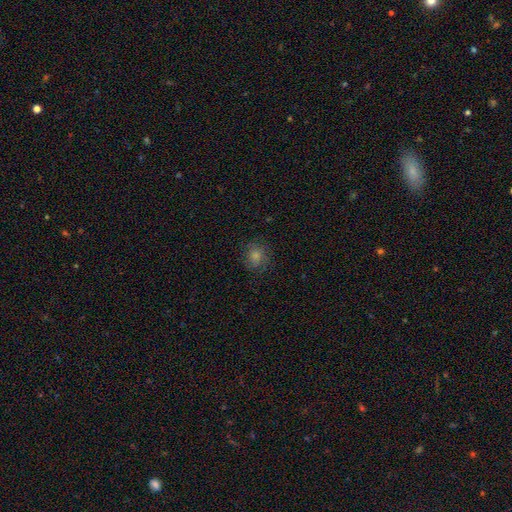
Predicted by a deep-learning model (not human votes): A smooth galaxy with no disk features (55%) that is round (76%). Merging: none (81%).